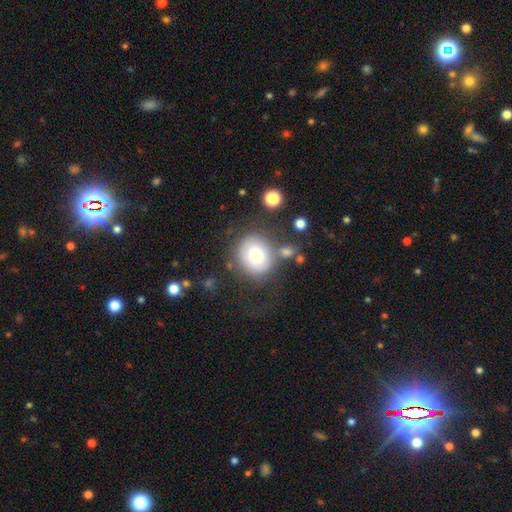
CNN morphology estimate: Smooth or featured: smooth — 65% (featured or disk — 25%)
How rounded: round — 78% (in between — 21%)
Merging: none — 63% (minor disturbance — 17%)